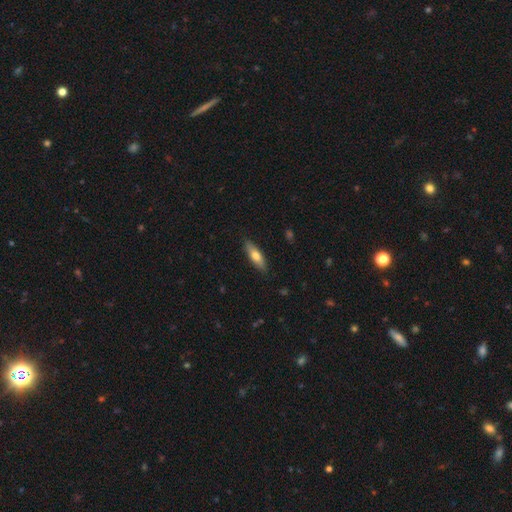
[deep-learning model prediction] Morphology: type=smooth (67%); roundness=cigar-shaped (53%); merging=none (87%).